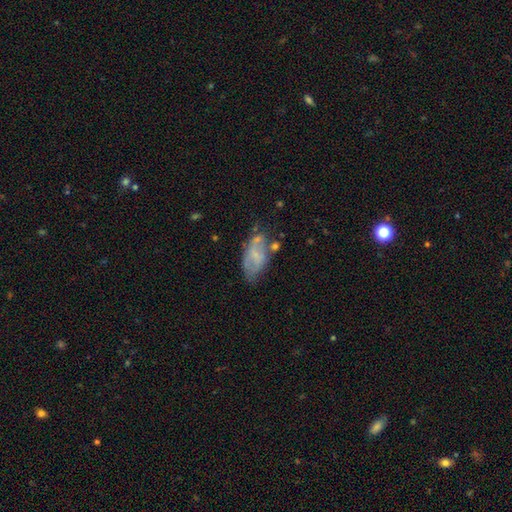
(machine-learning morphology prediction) Q: Smooth or featured?
A: featured or disk (49%); runner-up: smooth (42%)
Q: Merging?
A: none (46%); runner-up: minor disturbance (29%)